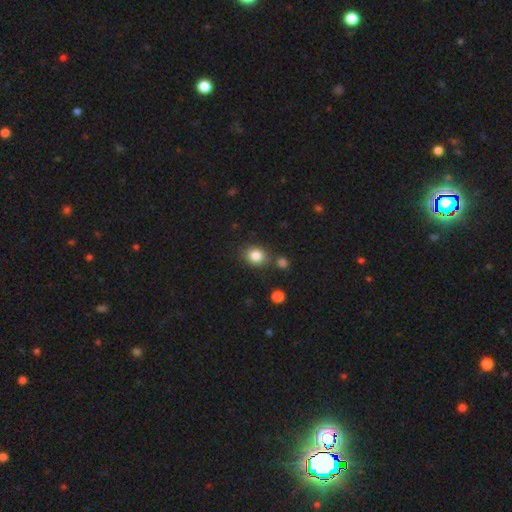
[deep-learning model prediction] Smooth or featured? Predicted: smooth (p=0.84). How rounded? Predicted: round (p=0.52). Merging? Predicted: none (p=0.76).